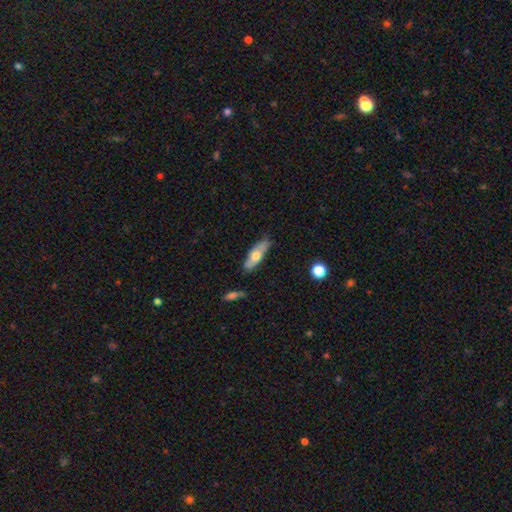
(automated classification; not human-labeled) Morphology: type=smooth (59%); roundness=in between (61%); merging=none (73%).